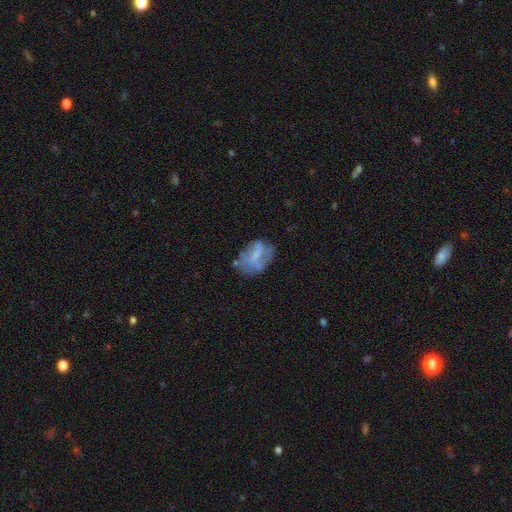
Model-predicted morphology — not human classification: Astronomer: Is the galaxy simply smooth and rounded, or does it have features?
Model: featured or disk — 45%, tied with smooth at 45%.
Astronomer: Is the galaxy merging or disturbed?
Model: none — 47% (runner-up: minor disturbance, 28%).